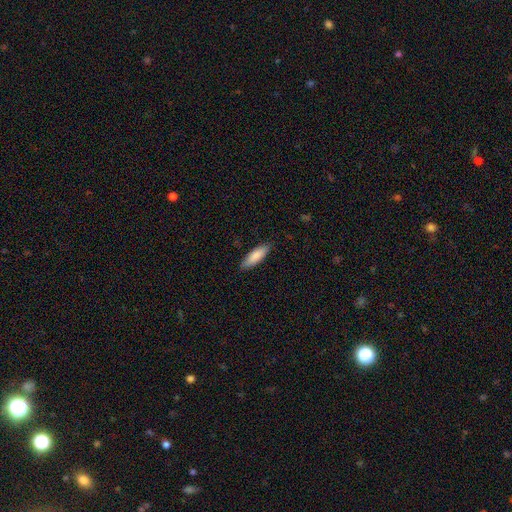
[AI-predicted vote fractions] smooth 86%, featured or disk 9%, star or artifact 5%. Down the decision tree: how rounded — in between (52%); merging — none (86%).